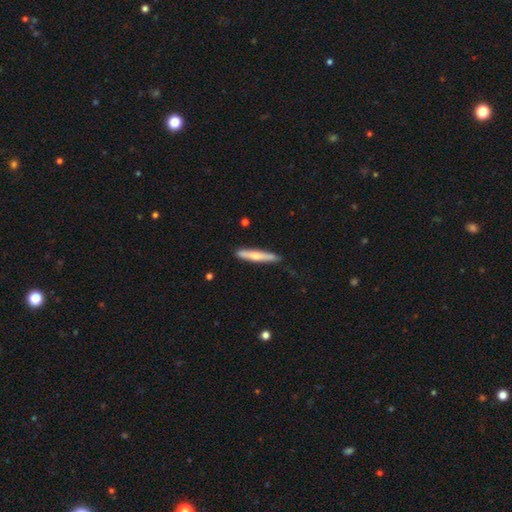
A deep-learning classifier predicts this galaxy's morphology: Smooth or featured? smooth (57%)
How rounded? cigar-shaped (93%)
Merging? none (85%)